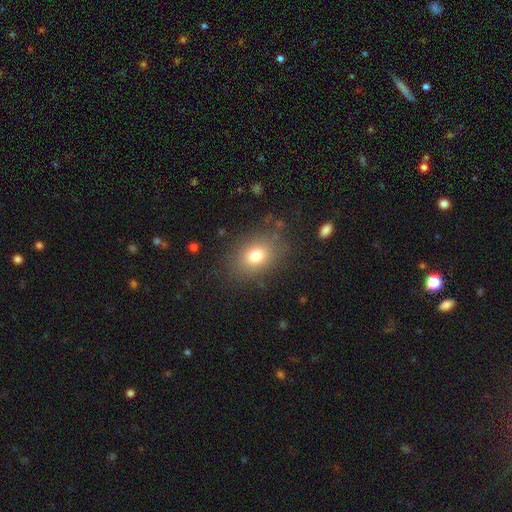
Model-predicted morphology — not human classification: Overall: smooth (77%). How rounded: in between (71%). Merging: none (82%).